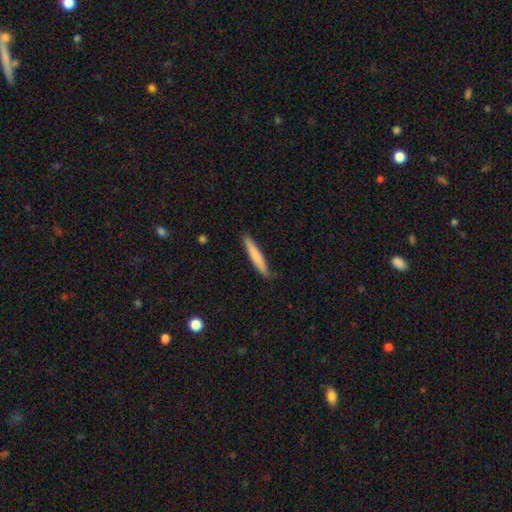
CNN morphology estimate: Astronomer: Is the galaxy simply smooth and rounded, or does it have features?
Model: smooth — 76%.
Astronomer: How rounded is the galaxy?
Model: cigar-shaped — 94%.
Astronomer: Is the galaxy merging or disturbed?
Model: none — 86%.